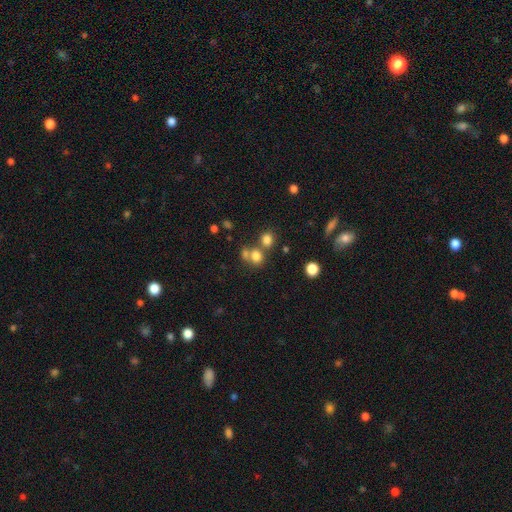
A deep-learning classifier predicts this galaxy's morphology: The model was most divided on "merging": none: 48%, merger: 39%, minor disturbance: 8%, major disturbance: 4%. More confident: smooth or featured — smooth (75%); how rounded — round (74%).